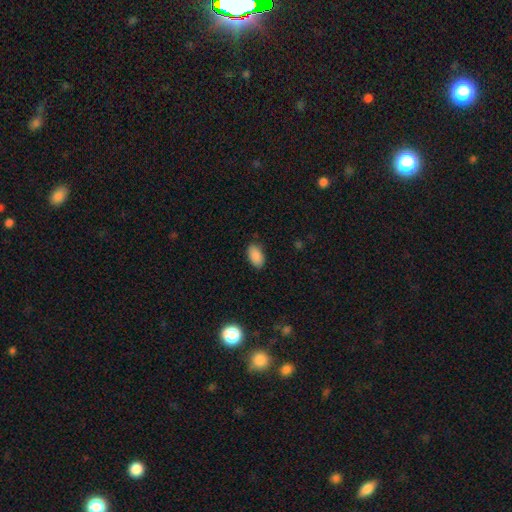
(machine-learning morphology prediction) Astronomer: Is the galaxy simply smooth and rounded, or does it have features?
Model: smooth — 89%.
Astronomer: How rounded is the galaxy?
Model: in between — 94%.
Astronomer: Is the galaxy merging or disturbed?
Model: none — 86%.